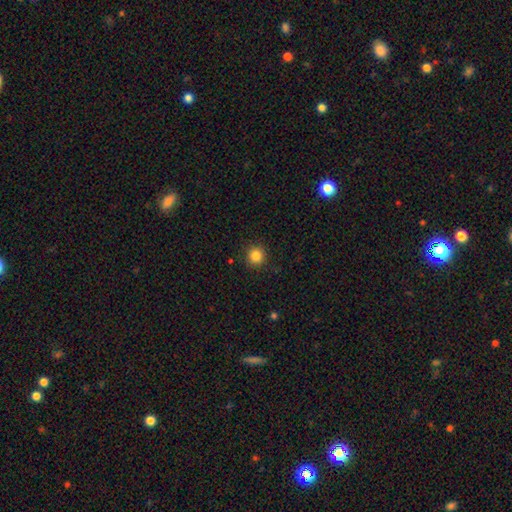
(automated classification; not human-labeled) This appears to be a smooth galaxy with no disk features (84%) that is round (93%). Merging: none (91%).